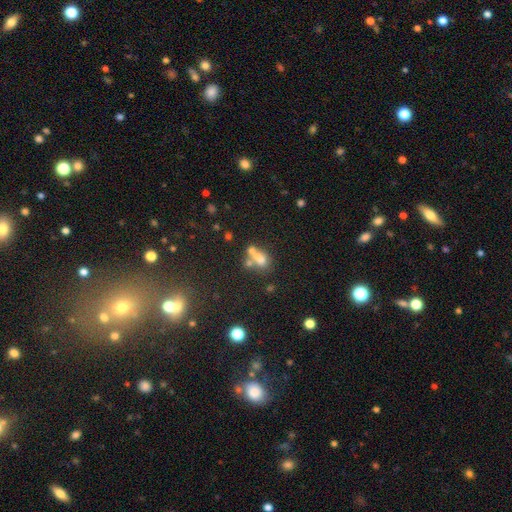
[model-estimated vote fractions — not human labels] A smooth galaxy with no disk features (54%) that is in between round and cigar-shaped (53%).

Vote fractions:
- Smooth or featured? smooth: 54% / star or artifact: 25% / featured or disk: 21%
- How rounded? in between: 53% / round: 44% / cigar-shaped: 4%
- Merging? merger: 47% / none: 37% / minor disturbance: 10% / major disturbance: 6%